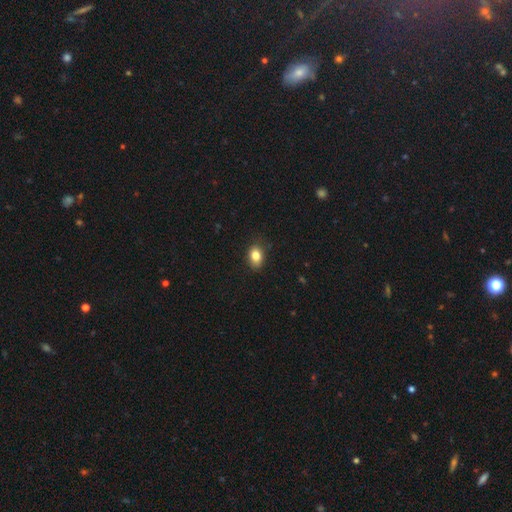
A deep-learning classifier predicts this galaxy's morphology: A smooth galaxy with no disk features (82%) that is in between round and cigar-shaped (76%). Merging: none (83%).